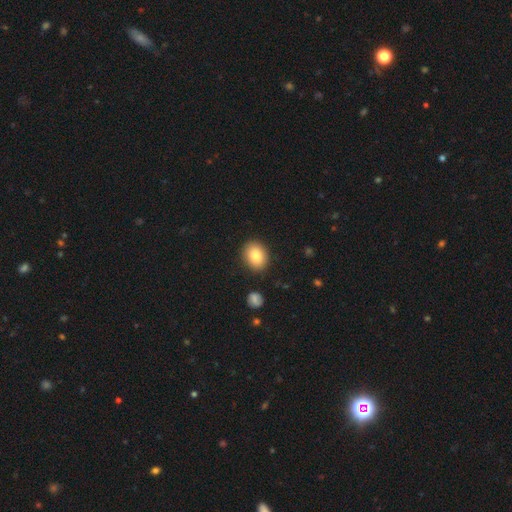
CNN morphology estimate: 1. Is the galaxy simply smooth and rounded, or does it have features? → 84% smooth, 9% star or artifact, 8% featured or disk.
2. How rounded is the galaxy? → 55% in between, 44% round, 1% cigar-shaped.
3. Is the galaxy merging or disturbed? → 87% none, 9% minor disturbance, 2% major disturbance, 2% merger.